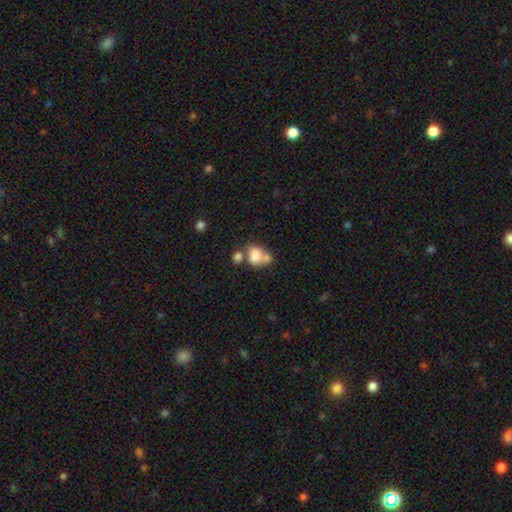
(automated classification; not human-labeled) A smooth galaxy with no disk features (74%) that is in between round and cigar-shaped (62%).

Vote fractions:
- Smooth or featured? smooth: 74% / featured or disk: 16% / star or artifact: 10%
- How rounded? in between: 62% / round: 37% / cigar-shaped: 1%
- Merging? merger: 55% / none: 25% / minor disturbance: 11% / major disturbance: 9%